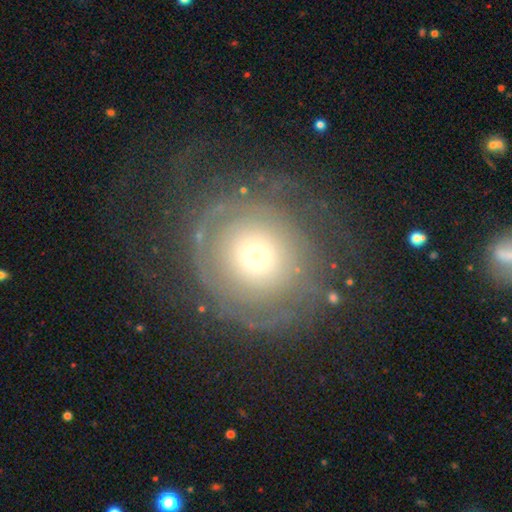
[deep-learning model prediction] The model was most divided on "bulge size": moderate: 51%, small: 35%, large: 10%, dominant: 3%, none: 1%. More confident: edge-on disk — no (96%); bar — no (88%); merging — none (61%); spiral arms — yes (60%); smooth or featured — featured or disk (57%).